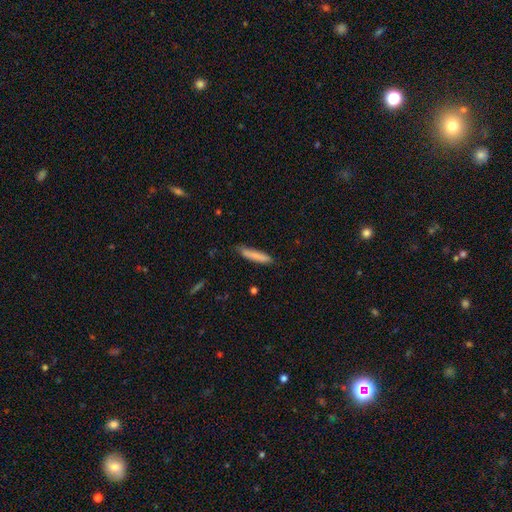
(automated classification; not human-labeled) A smooth galaxy with no disk features (82%) that is cigar-shaped (89%). Merging: none (80%).